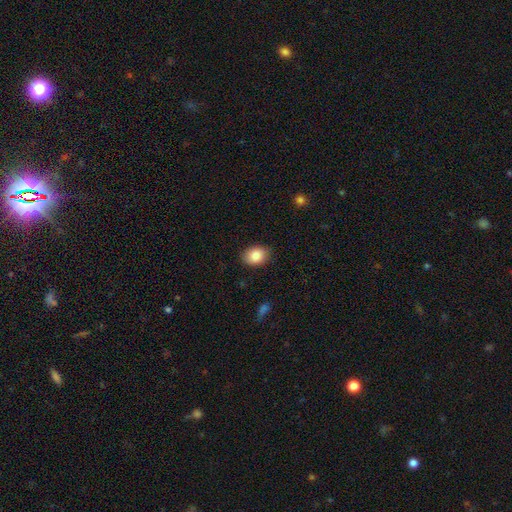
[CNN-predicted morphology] Smooth or featured? smooth (86%)
How rounded? in between (66%)
Merging? none (86%)